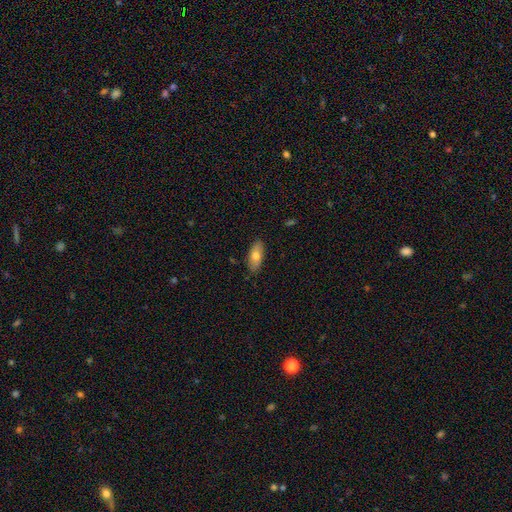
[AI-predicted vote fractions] This appears to be a smooth galaxy with no disk features (74%) that is in between round and cigar-shaped (84%). Merging: none (86%).